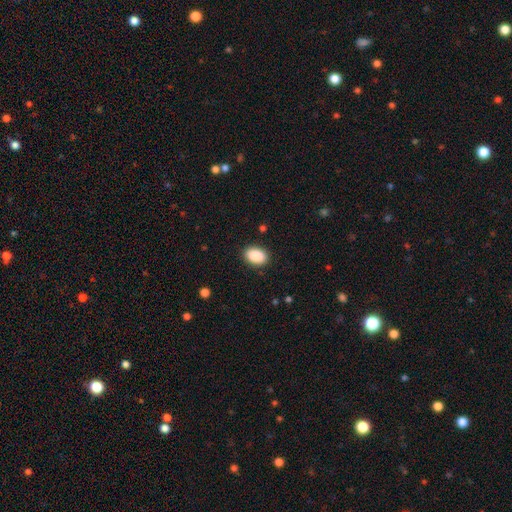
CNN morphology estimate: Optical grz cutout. It shows a smooth galaxy with no disk features (90%) that is in between round and cigar-shaped (86%). Merging: none (89%).